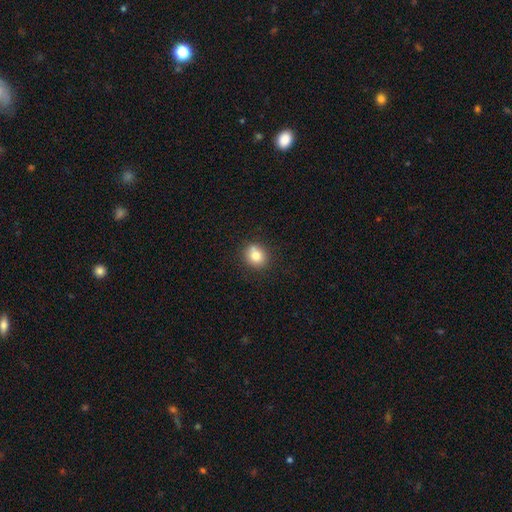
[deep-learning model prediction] smooth_or_featured: smooth (p=0.78) [alt: featured or disk p=0.11]
how_rounded: round (p=0.78) [alt: in between p=0.21]
merging: none (p=0.74) [alt: minor disturbance p=0.13]